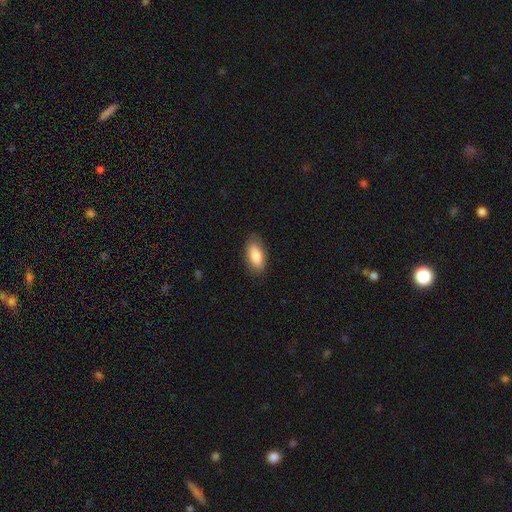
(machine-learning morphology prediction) Smooth or featured? smooth (84%)
How rounded? in between (85%)
Merging? none (83%)